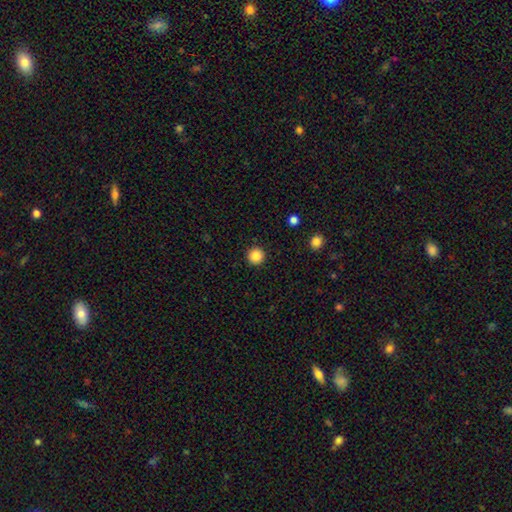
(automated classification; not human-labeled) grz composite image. It shows a smooth galaxy with no disk features (86%) that is round (96%). Merging: none (93%).